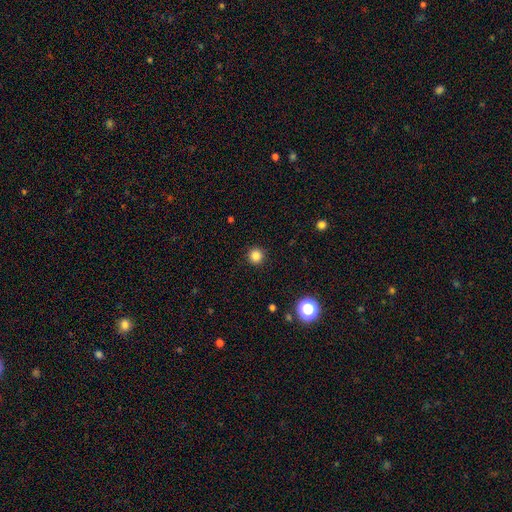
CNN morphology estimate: The model was most divided on "smooth or featured": smooth: 84%, star or artifact: 12%, featured or disk: 3%. More confident: how rounded — round (95%); merging — none (92%).